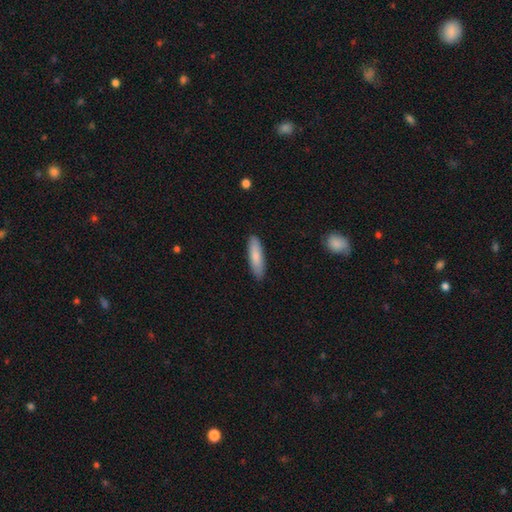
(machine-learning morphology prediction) A smooth galaxy with no disk features (83%) that is cigar-shaped (69%). Merging: none (89%).